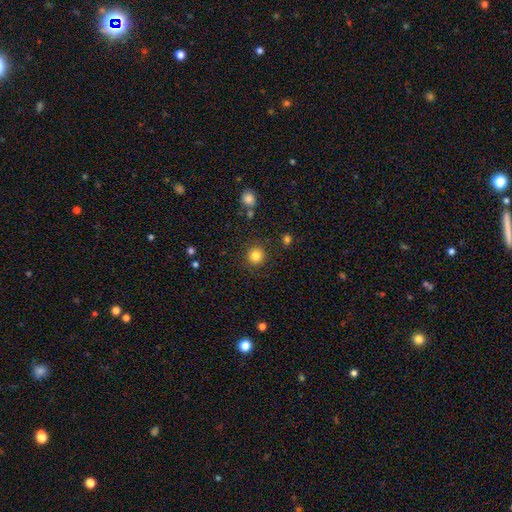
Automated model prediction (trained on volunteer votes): This is clearly a smooth galaxy (83%). How rounded: clearly round (93%). Merging: clearly none (90%).